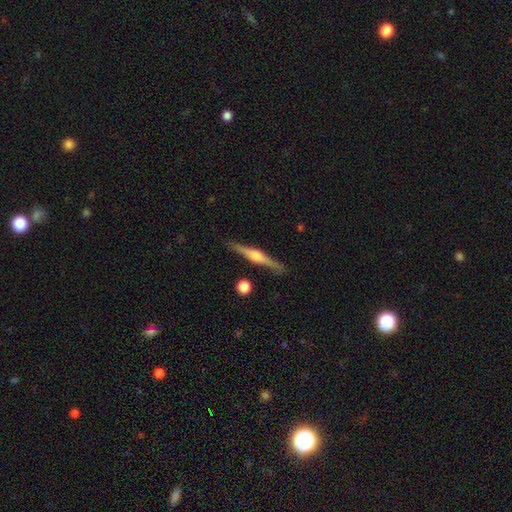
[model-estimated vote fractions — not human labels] Smooth or featured: featured or disk — 76% (smooth — 18%)
Edge-on disk: yes — 98% (no — 2%)
Edge-on bulge: rounded — 88% (boxy — 8%)
Merging: none — 88% (minor disturbance — 8%)